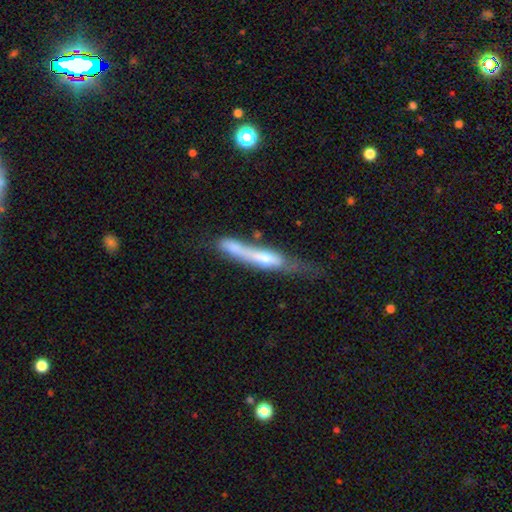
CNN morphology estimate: Smooth or featured? featured or disk (54%)
Edge-on disk? yes (76%)
Merging? none (36%)